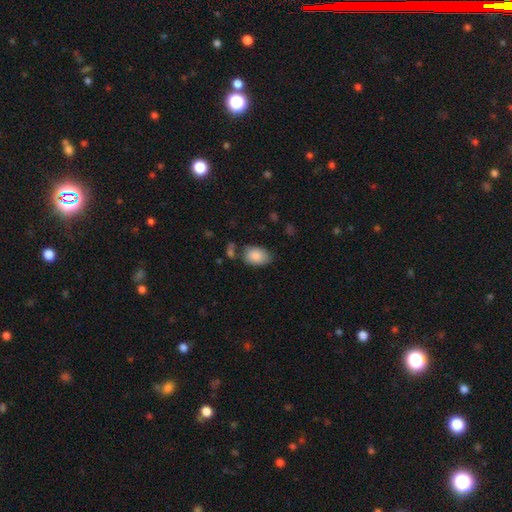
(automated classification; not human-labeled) Smooth or featured: smooth — 86% (featured or disk — 7%)
How rounded: in between — 85% (round — 14%)
Merging: none — 67% (minor disturbance — 22%)